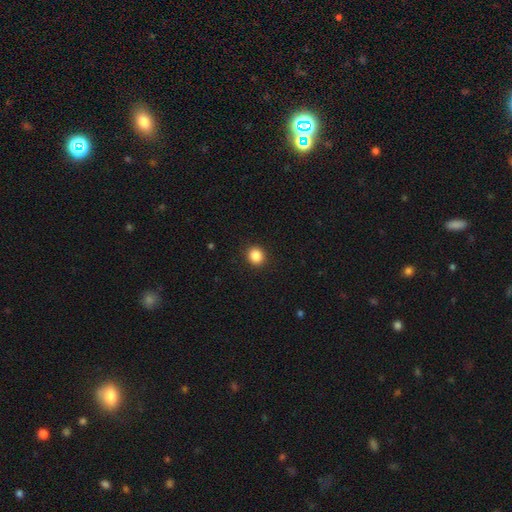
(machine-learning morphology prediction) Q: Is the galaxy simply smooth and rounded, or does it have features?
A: smooth — 87%.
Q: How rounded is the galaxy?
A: round — 84%.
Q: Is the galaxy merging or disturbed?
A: none — 92%.